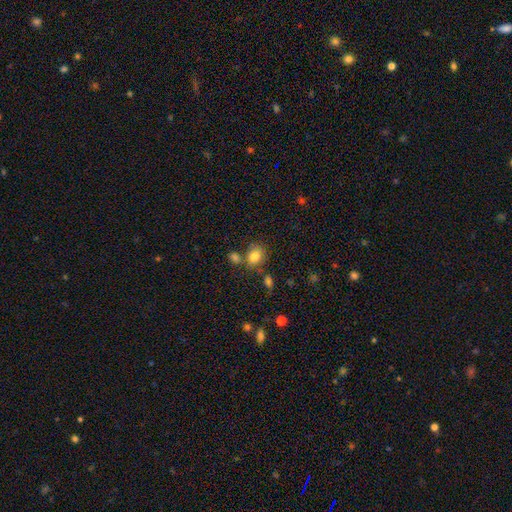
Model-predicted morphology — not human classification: Smooth or featured?
  - smooth: 82% *
  - star or artifact: 10%
  - featured or disk: 8%
How rounded?
  - round: 55% *
  - in between: 44%
  - cigar-shaped: 1%
Merging?
  - none: 62% *
  - merger: 17%
  - minor disturbance: 16%
  - major disturbance: 5%